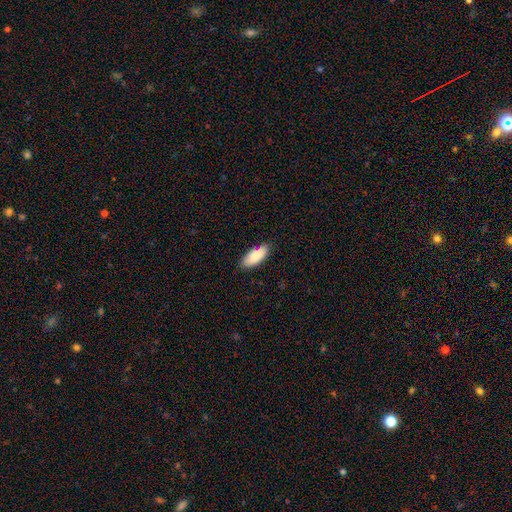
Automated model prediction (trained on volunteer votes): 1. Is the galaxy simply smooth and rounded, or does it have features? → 87% smooth, 7% featured or disk, 6% star or artifact.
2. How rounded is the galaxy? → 81% in between, 17% cigar-shaped, 2% round.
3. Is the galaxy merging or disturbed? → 83% none, 14% minor disturbance, 2% major disturbance, 1% merger.